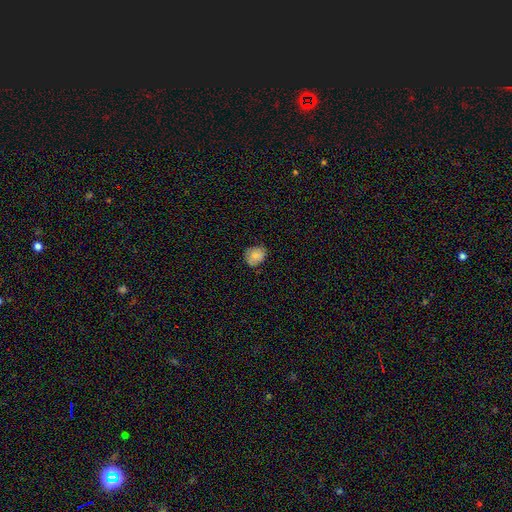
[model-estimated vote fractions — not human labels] smooth-or-featured: smooth: 79% | featured or disk: 12% | star or artifact: 9%
  how-rounded: round: 62% | in between: 38% | cigar-shaped: 1%
  merging: none: 69% | minor disturbance: 25% | major disturbance: 5% | merger: 1%